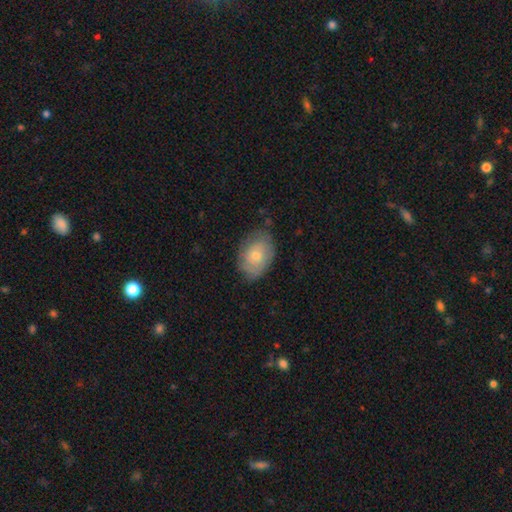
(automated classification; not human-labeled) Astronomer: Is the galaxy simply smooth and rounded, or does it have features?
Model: smooth — 68%.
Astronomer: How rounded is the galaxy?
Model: in between — 82%.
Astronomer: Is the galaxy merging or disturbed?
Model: none — 72%.